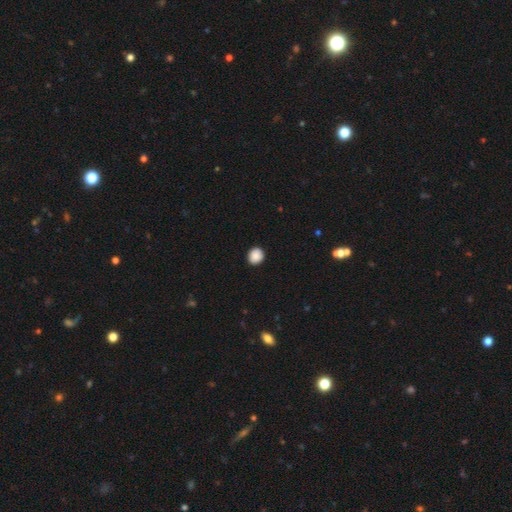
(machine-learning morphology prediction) This appears to be a smooth galaxy with no disk features (88%) that is round (82%). Merging: none (91%).